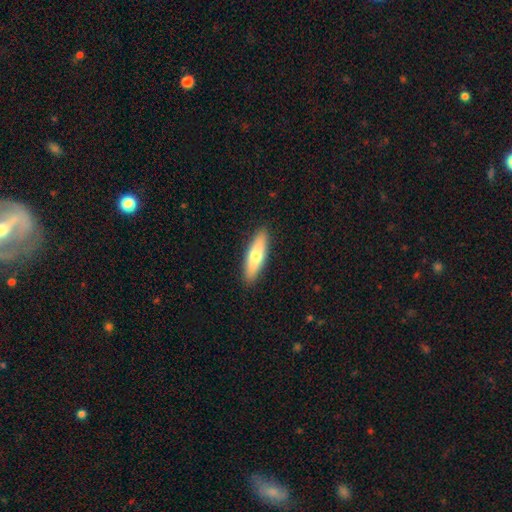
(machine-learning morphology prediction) Smooth or featured?
  - smooth: 67% *
  - featured or disk: 27%
  - star or artifact: 6%
How rounded?
  - cigar-shaped: 60% *
  - in between: 38%
  - round: 2%
Merging?
  - none: 90% *
  - minor disturbance: 7%
  - major disturbance: 2%
  - merger: 1%